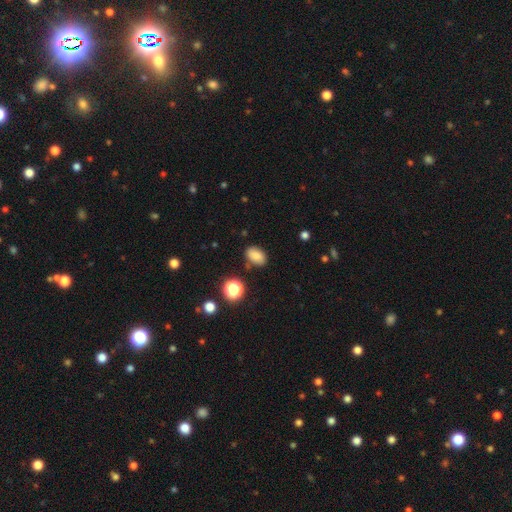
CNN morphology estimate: This is clearly a smooth galaxy (82%). How rounded: clearly in between (83%). Merging: likely none (80%).